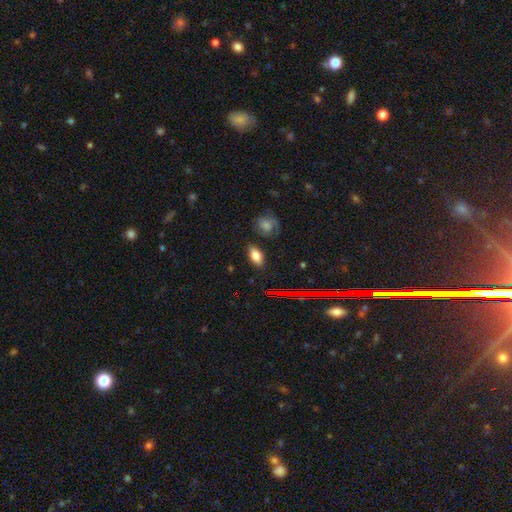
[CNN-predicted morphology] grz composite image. It shows a smooth galaxy with no disk features (75%) that is in between round and cigar-shaped (86%). Merging: none (82%).